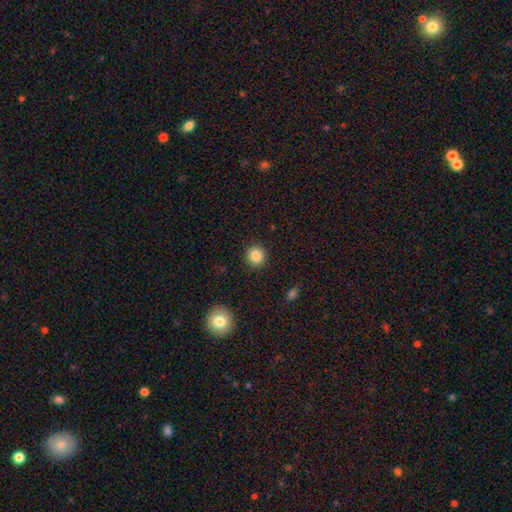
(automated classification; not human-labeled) smooth-or-featured: smooth: 85% | star or artifact: 10% | featured or disk: 4%
  how-rounded: round: 91% | in between: 8% | cigar-shaped: 1%
  merging: none: 91% | minor disturbance: 5% | major disturbance: 2% | merger: 1%